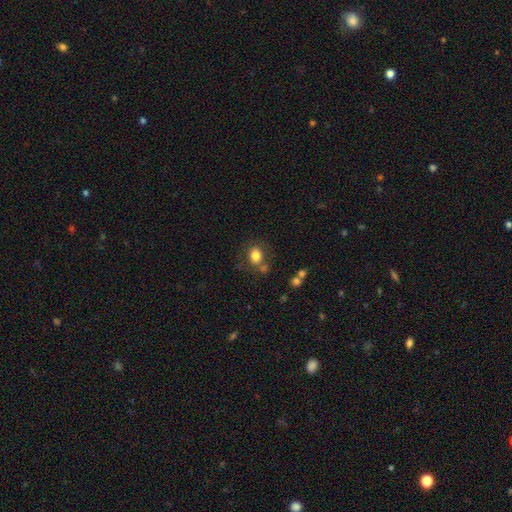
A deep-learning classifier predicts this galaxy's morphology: Overall: smooth (81%). How rounded: round (52%; in between 47%). Merging: none (65%).